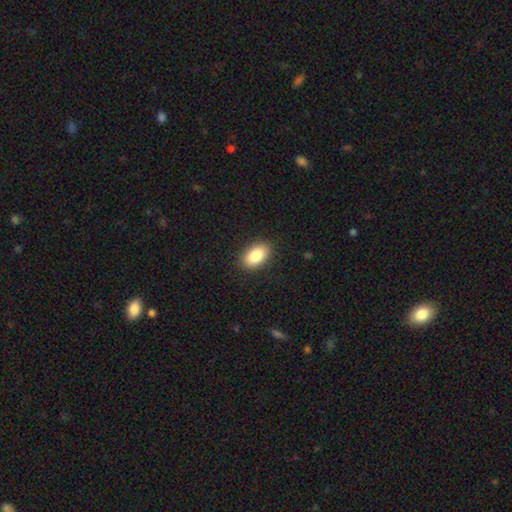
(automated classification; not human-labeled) Morphology: type=smooth (85%); roundness=in between (92%); merging=none (89%).